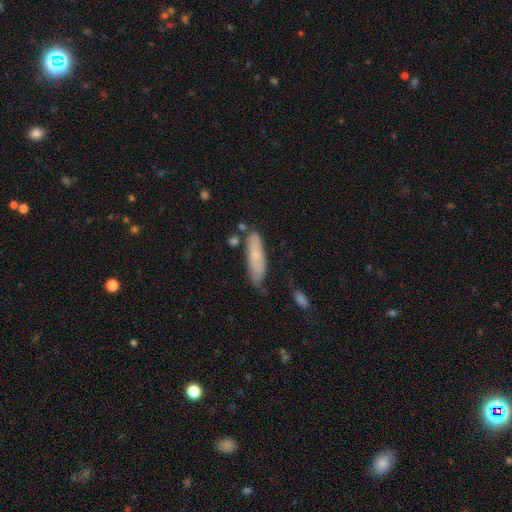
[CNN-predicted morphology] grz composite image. It shows a smooth galaxy with no disk features (75%) that is cigar-shaped (65%). Merging: none (70%).